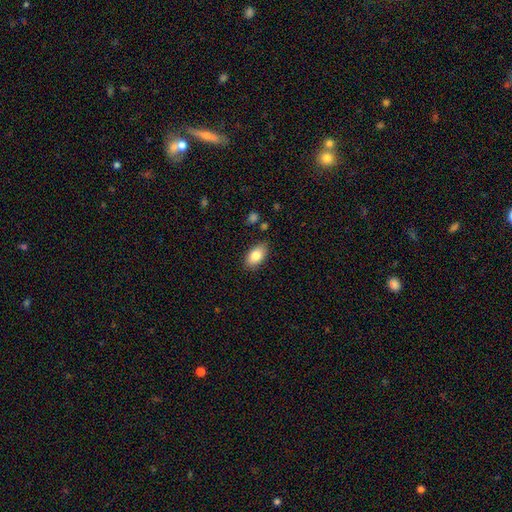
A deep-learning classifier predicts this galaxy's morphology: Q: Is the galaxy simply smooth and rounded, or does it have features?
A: smooth — 83%.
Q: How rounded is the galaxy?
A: in between — 92%.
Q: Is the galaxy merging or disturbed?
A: none — 84%.